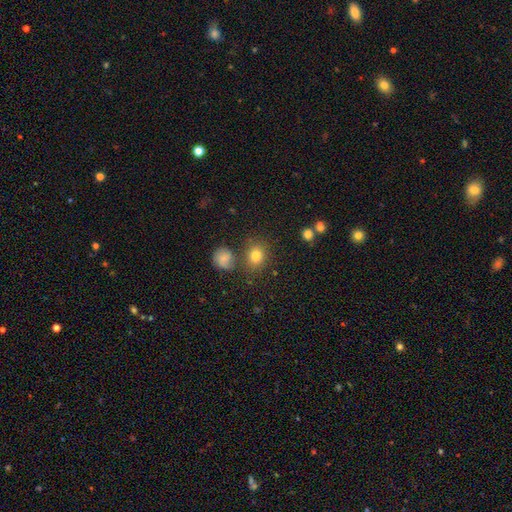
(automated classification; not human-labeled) Smooth or featured: smooth — 79% (star or artifact — 12%)
How rounded: round — 63% (in between — 36%)
Merging: none — 72% (minor disturbance — 12%)